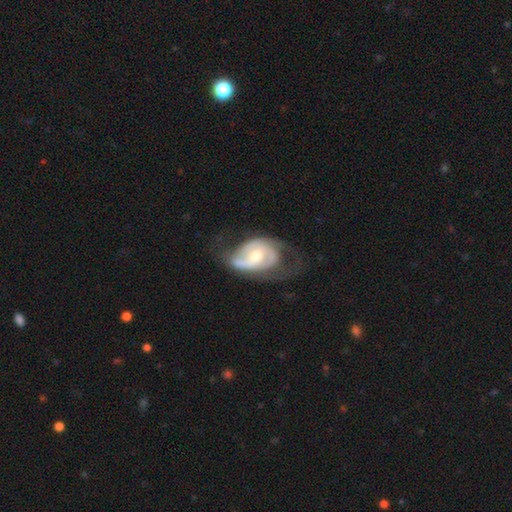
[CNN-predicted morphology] featured or disk 78%, smooth 17%, star or artifact 5%. Down the decision tree: edge-on disk — no (96%); bar — no (47%); spiral arms — yes (87%); spiral arm count — 2 (65%); spiral winding — medium (44%); bulge size — moderate (56%); merging — none (43%).